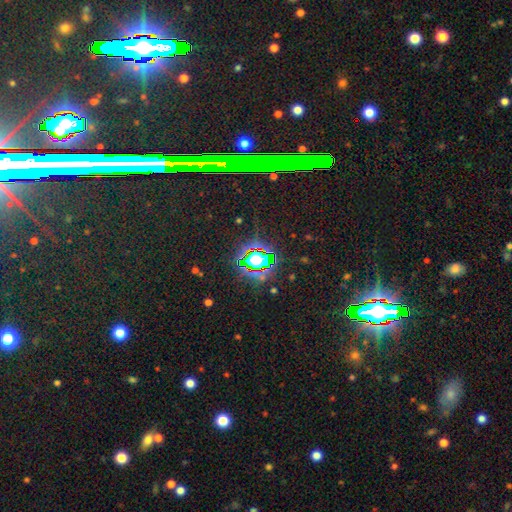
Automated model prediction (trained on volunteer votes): Smooth or featured: star or artifact — 82% (smooth — 10%)